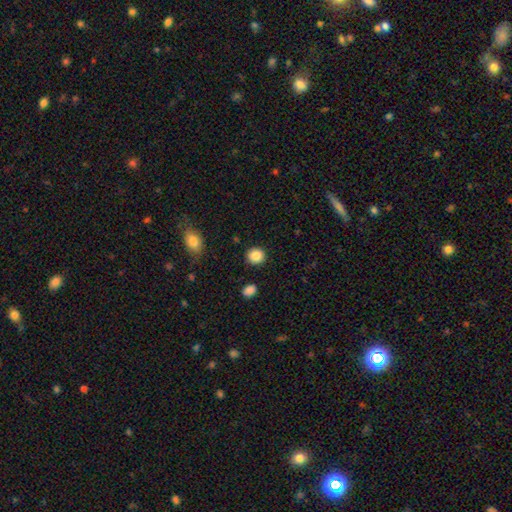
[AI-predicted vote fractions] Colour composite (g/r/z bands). It shows a smooth galaxy with no disk features (87%) that is round (86%). Merging: none (89%).